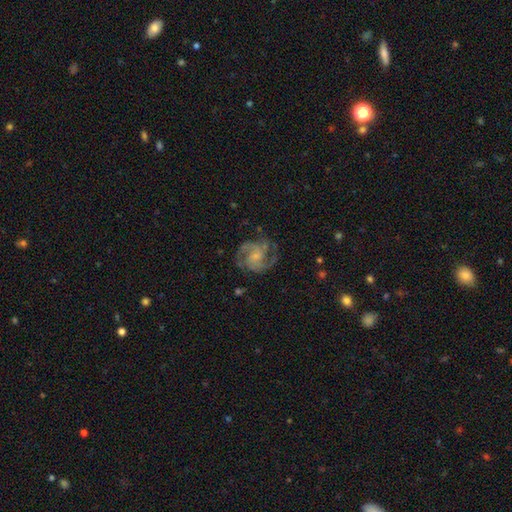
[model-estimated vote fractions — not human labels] Smooth or featured: featured or disk — 87% (smooth — 8%)
Edge-on disk: no — 98% (yes — 2%)
Bar: no — 53% (weak — 39%)
Spiral arms: yes — 97% (no — 3%)
Spiral winding: medium — 56% (tight — 31%)
Spiral arm count: 2 — 42% (3 — 33%)
Bulge size: small — 56% (moderate — 23%)
Merging: none — 71% (minor disturbance — 17%)